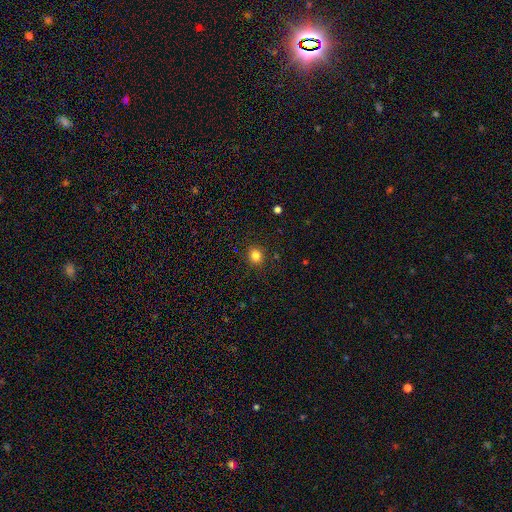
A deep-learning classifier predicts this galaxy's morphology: Smooth or featured? smooth (82%)
How rounded? round (81%)
Merging? none (89%)